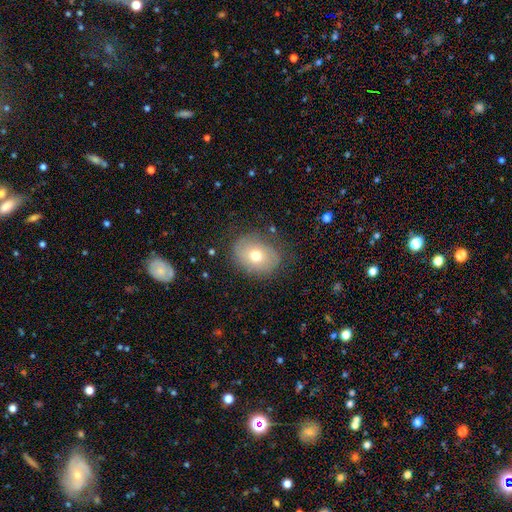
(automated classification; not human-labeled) Q: Smooth or featured?
A: smooth (66%); runner-up: featured or disk (24%)
Q: How rounded?
A: in between (57%); runner-up: round (42%)
Q: Merging?
A: none (75%); runner-up: minor disturbance (17%)